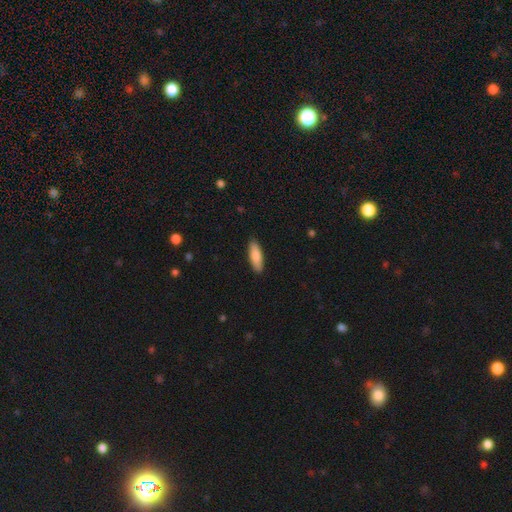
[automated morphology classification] This appears to be a smooth galaxy with no disk features (86%) that is in between round and cigar-shaped (53%). Merging: none (89%).